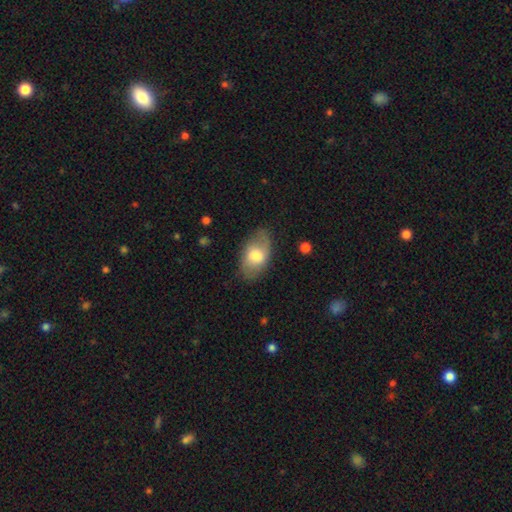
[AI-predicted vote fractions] This is likely a smooth galaxy (62%). How rounded: clearly in between (92%). Merging: likely none (73%).